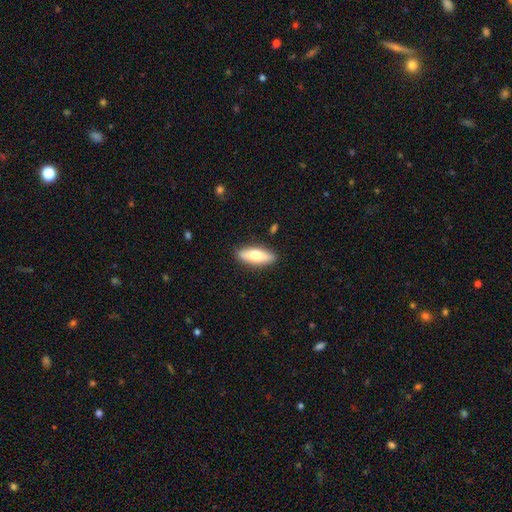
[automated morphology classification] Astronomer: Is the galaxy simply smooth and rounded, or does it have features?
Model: smooth — 60%.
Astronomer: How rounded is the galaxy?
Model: in between — 54% (runner-up: cigar-shaped, 44%).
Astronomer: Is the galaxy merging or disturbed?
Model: none — 88%.